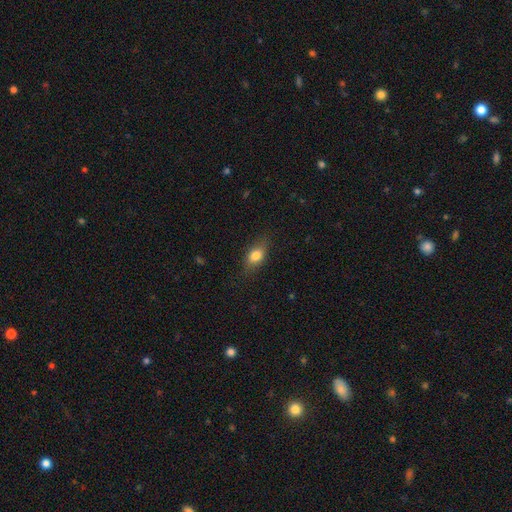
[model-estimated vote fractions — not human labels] The model was most divided on "merging": none: 78%, minor disturbance: 17%, major disturbance: 4%, merger: 1%. More confident: smooth or featured — smooth (79%); how rounded — in between (78%).